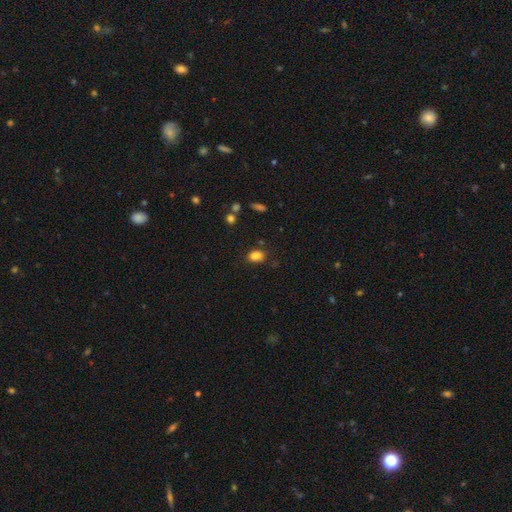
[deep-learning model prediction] The model was most divided on "how rounded": in between: 73%, round: 26%, cigar-shaped: 1%. More confident: smooth or featured — smooth (84%); merging — none (78%).